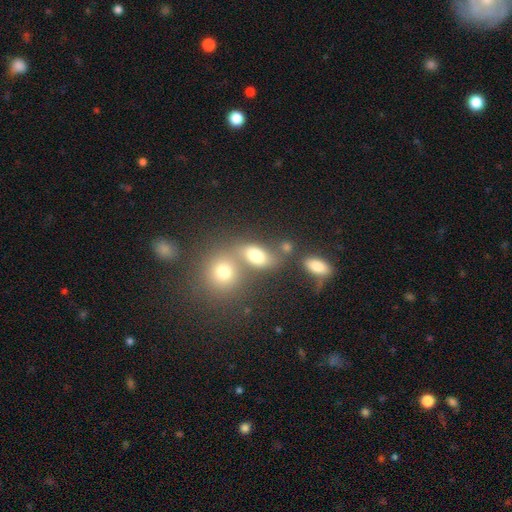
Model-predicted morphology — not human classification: A smooth galaxy with no disk features (72%) that is in between round and cigar-shaped (72%). Merging: none (42%).